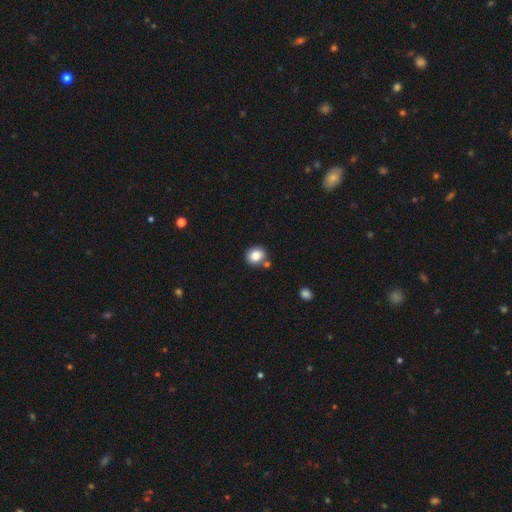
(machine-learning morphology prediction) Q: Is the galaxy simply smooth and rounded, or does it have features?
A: smooth — 85%.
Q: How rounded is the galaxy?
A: round — 68%.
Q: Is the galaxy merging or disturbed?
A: none — 71%.